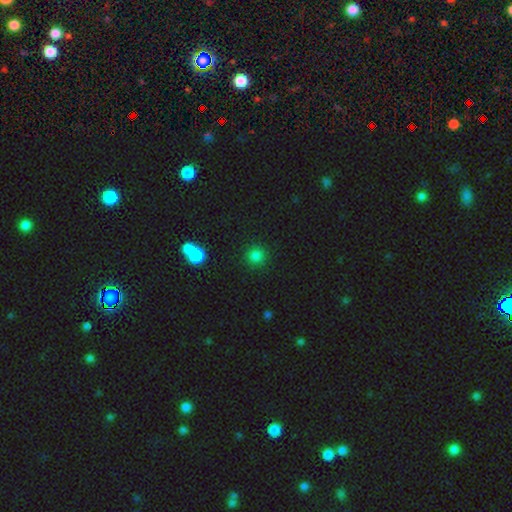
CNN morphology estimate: Smooth or featured: smooth — 82% (star or artifact — 14%)
How rounded: round — 92% (in between — 7%)
Merging: none — 87% (minor disturbance — 6%)